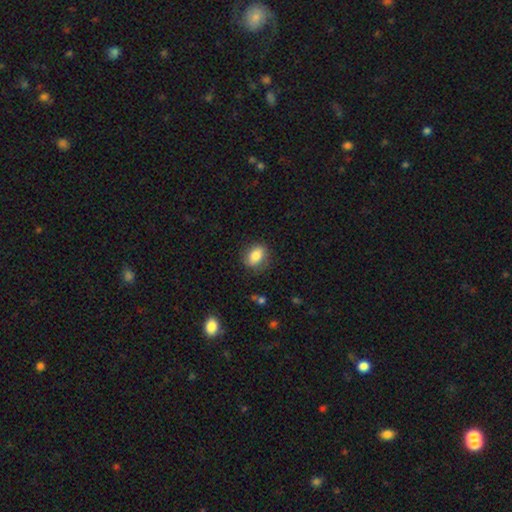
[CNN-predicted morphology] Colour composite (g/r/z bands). It shows a smooth galaxy with no disk features (82%) that is in between round and cigar-shaped (74%). Merging: none (80%).